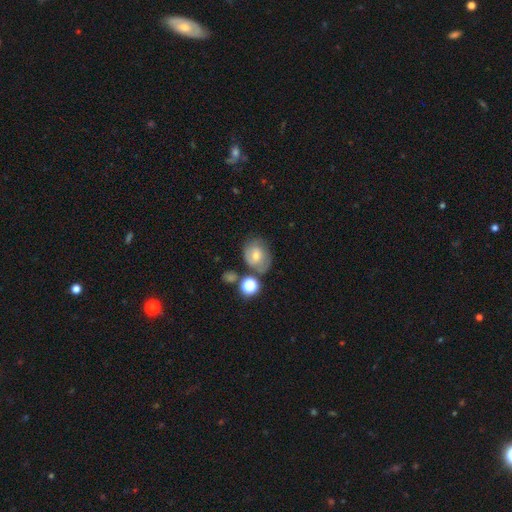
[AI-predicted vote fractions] smooth_or_featured: smooth (p=0.49) [alt: featured or disk p=0.38]
merging: none (p=0.59) [alt: minor disturbance p=0.20]